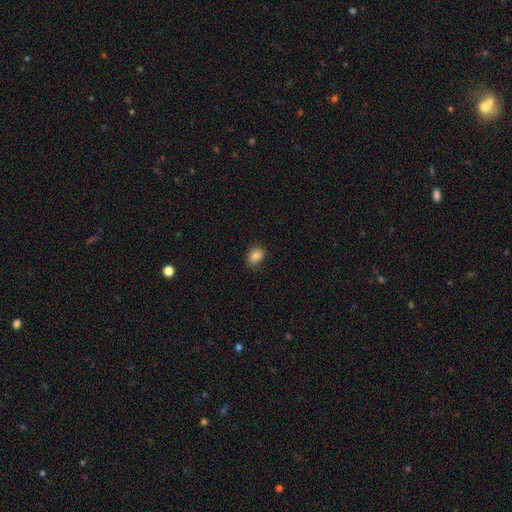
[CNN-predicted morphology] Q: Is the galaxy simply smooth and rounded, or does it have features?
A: smooth — 84%.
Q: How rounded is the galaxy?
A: in between — 61%.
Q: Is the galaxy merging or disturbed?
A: none — 82%.